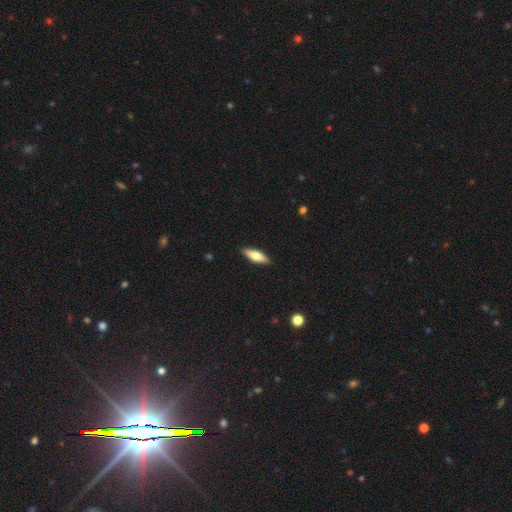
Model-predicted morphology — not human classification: Smooth or featured?
  - smooth: 65% *
  - featured or disk: 29%
  - star or artifact: 6%
How rounded?
  - in between: 49% *
  - cigar-shaped: 48%
  - round: 2%
Merging?
  - none: 89% *
  - minor disturbance: 8%
  - major disturbance: 2%
  - merger: 1%